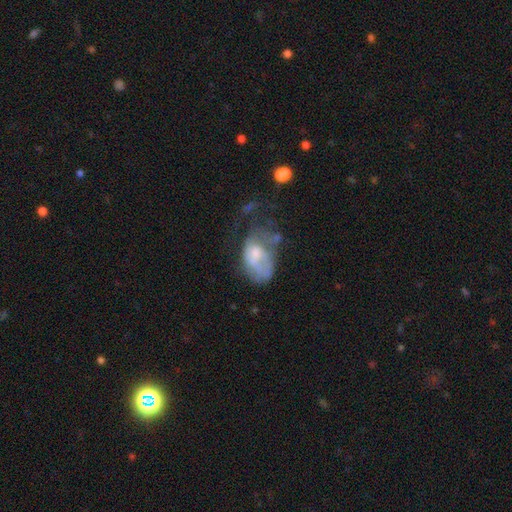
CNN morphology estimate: Smooth or featured? smooth (48%)
Merging? major disturbance (45%)